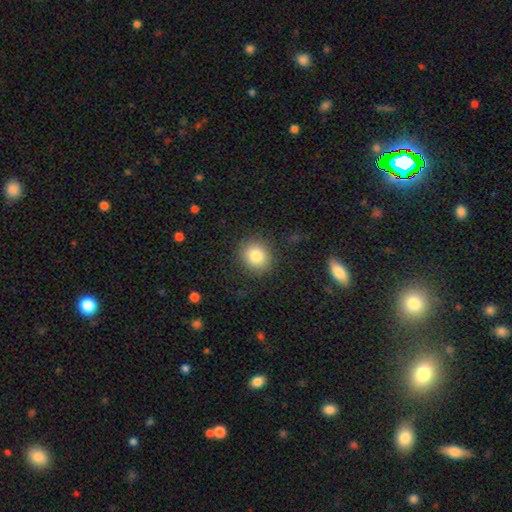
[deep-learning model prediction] Morphology: type=smooth (83%); roundness=round (79%); merging=none (86%).